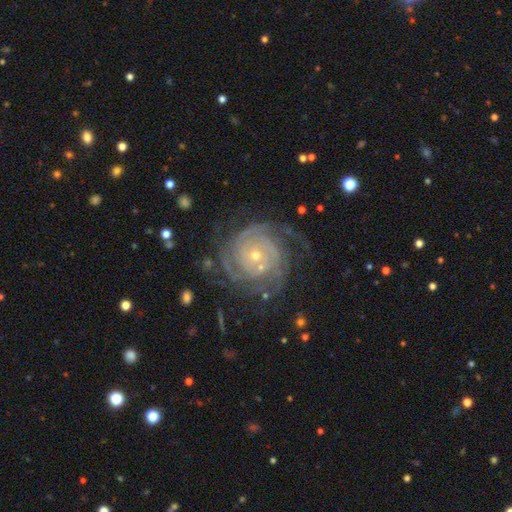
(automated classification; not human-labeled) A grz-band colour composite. It shows a featured or disk galaxy (89%) with no bar (78%), 3 (26%) tight (76%) spiral arms (97%) and a small central bulge (74%). Merging: none (66%).